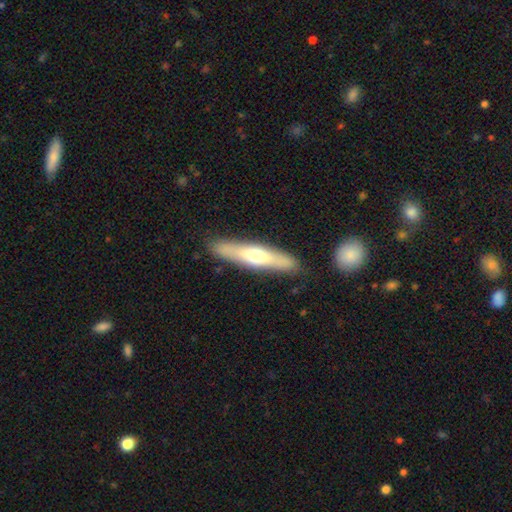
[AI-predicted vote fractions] A smooth galaxy with no disk features (48%).

Vote fractions:
- Smooth or featured? smooth: 48% / featured or disk: 47% / star or artifact: 5%
- Merging? none: 87% / minor disturbance: 9% / major disturbance: 2% / merger: 2%